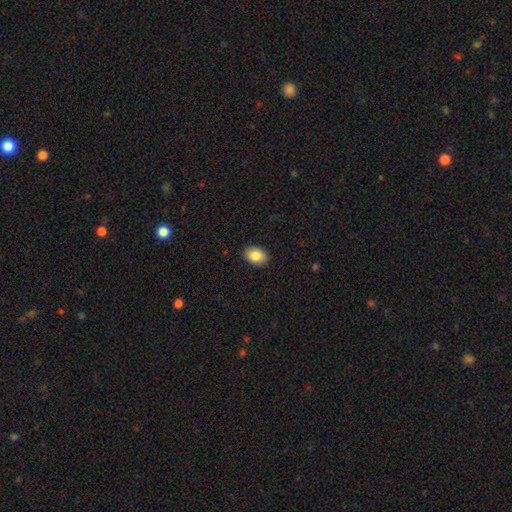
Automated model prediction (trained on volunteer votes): A smooth galaxy with no disk features (86%) that is in between round and cigar-shaped (77%). Merging: none (90%).